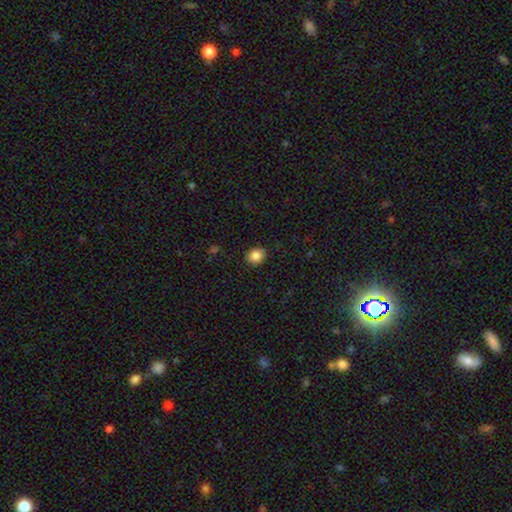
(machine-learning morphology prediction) Smooth or featured? smooth (85%)
How rounded? round (68%)
Merging? none (90%)